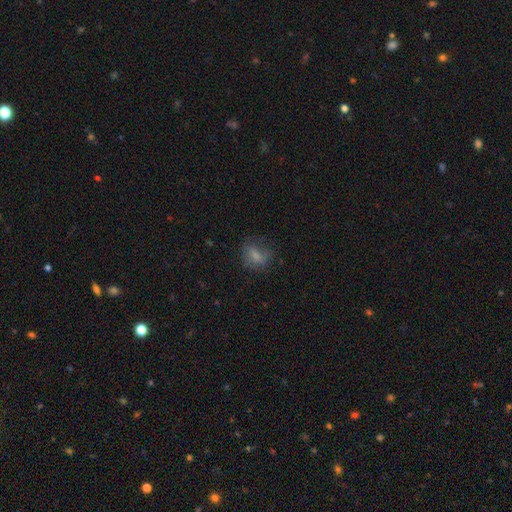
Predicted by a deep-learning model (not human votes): smooth-or-featured: smooth: 68% | featured or disk: 21% | star or artifact: 12%
  how-rounded: in between: 56% | round: 40% | cigar-shaped: 4%
  merging: none: 61% | minor disturbance: 22% | major disturbance: 14% | merger: 2%